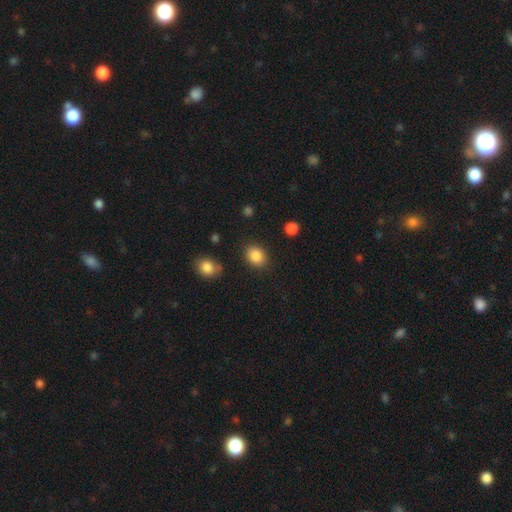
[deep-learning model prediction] A smooth galaxy with no disk features (87%) that is in between round and cigar-shaped (59%).

Vote fractions:
- Smooth or featured? smooth: 87% / star or artifact: 9% / featured or disk: 4%
- How rounded? in between: 59% / round: 40% / cigar-shaped: 1%
- Merging? none: 85% / minor disturbance: 10% / major disturbance: 3% / merger: 2%